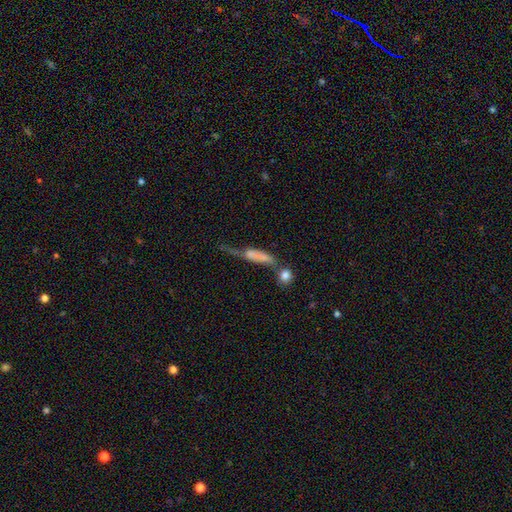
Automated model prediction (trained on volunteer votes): Smooth or featured: featured or disk — 45% (smooth — 40%)
Merging: none — 29% (tied with merger — 29%)